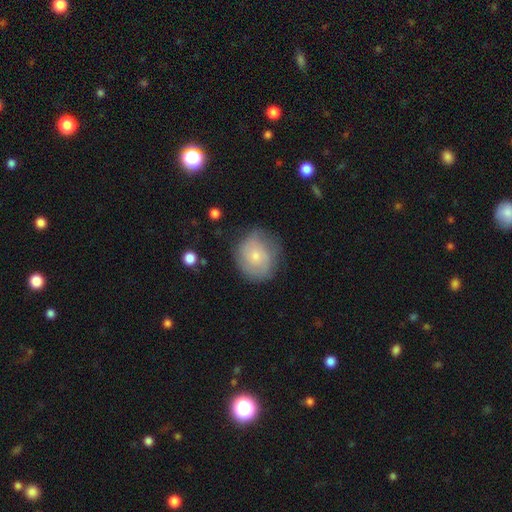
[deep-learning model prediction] Smooth or featured? Predicted: smooth (p=0.51). How rounded? Predicted: round (p=0.66). Merging? Predicted: none (p=0.66).